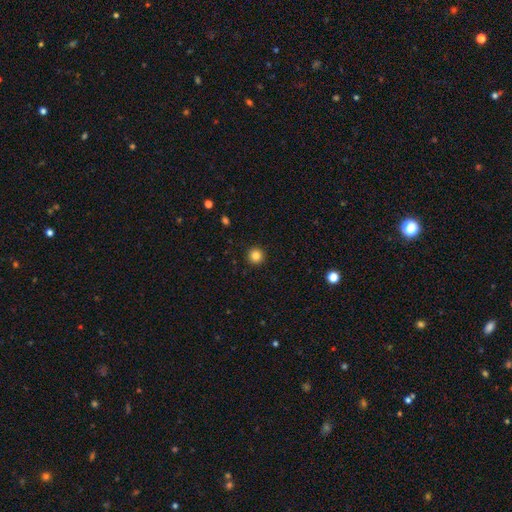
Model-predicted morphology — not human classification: Smooth or featured? Predicted: smooth (p=0.84). How rounded? Predicted: round (p=0.96). Merging? Predicted: none (p=0.93).